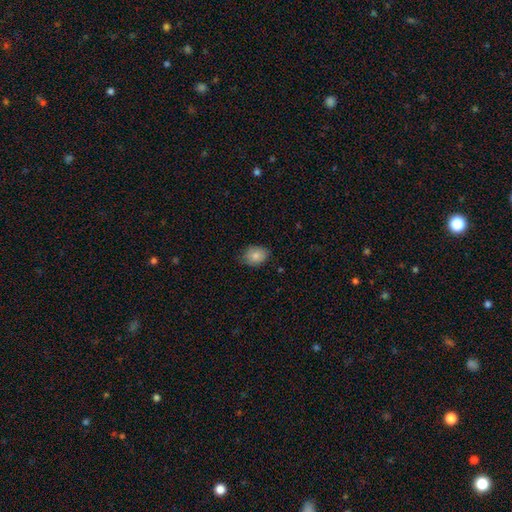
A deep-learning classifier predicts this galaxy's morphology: smooth-or-featured: smooth: 85% | star or artifact: 8% | featured or disk: 7%
  how-rounded: in between: 59% | round: 40% | cigar-shaped: 1%
  merging: none: 78% | minor disturbance: 18% | major disturbance: 3% | merger: 1%